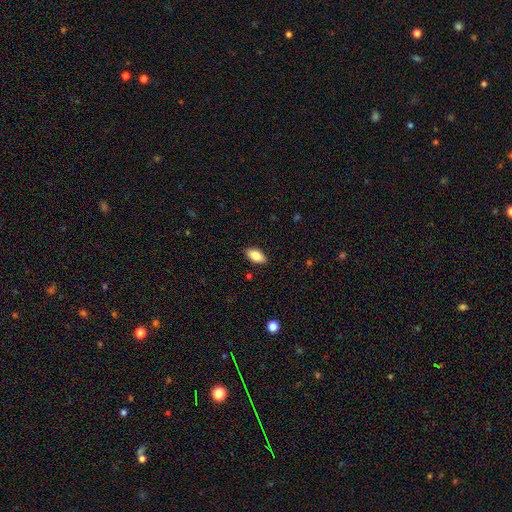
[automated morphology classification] smooth-or-featured: smooth: 84% | featured or disk: 9% | star or artifact: 7%
  how-rounded: in between: 92% | cigar-shaped: 5% | round: 3%
  merging: none: 89% | minor disturbance: 8% | major disturbance: 2% | merger: 1%